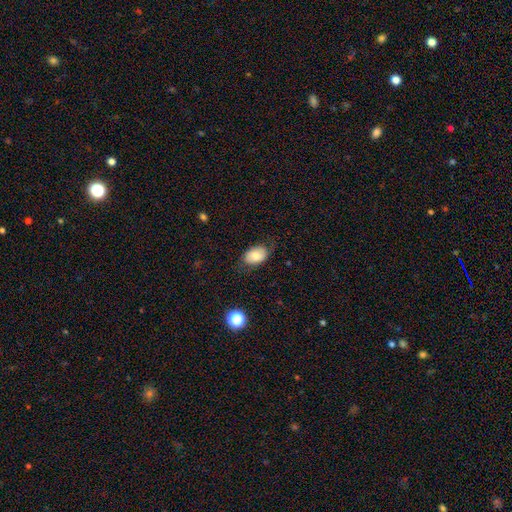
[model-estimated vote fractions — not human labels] smooth_or_featured: smooth (p=0.72) [alt: featured or disk p=0.19]
how_rounded: in between (p=0.86) [alt: round p=0.13]
merging: none (p=0.69) [alt: minor disturbance p=0.22]